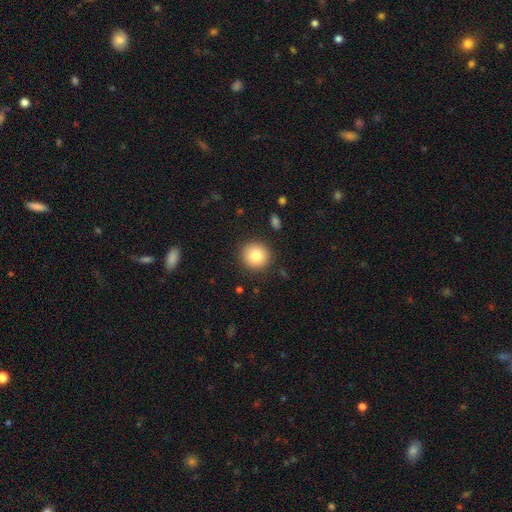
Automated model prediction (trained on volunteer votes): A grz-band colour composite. It shows a smooth galaxy with no disk features (82%) that is round (93%). Merging: none (90%).